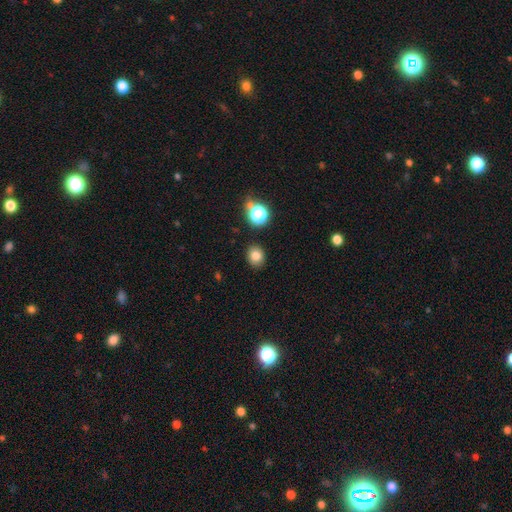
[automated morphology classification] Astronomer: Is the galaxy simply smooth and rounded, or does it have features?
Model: smooth — 78%.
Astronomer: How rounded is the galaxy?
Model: round — 68%.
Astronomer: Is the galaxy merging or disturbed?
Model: none — 87%.